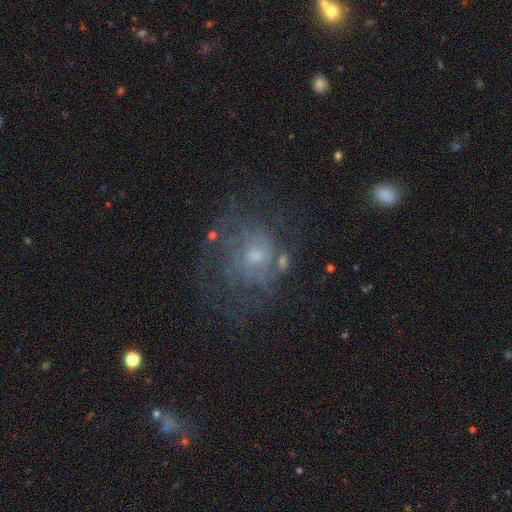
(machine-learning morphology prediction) featured or disk 64%, smooth 23%, star or artifact 12%. Down the decision tree: edge-on disk — no (97%); bar — no (76%); spiral arms — yes (65%); bulge size — small (50%); merging — none (56%).